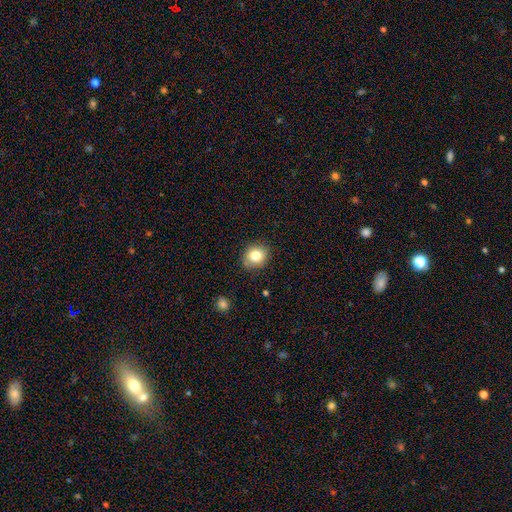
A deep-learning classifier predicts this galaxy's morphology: This is clearly a smooth galaxy (80%). How rounded: likely round (76%). Merging: clearly none (85%).